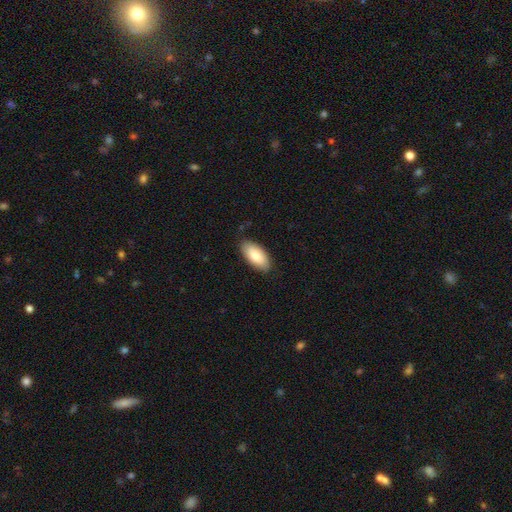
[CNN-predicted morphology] A smooth galaxy with no disk features (83%) that is in between round and cigar-shaped (92%). Merging: none (84%).